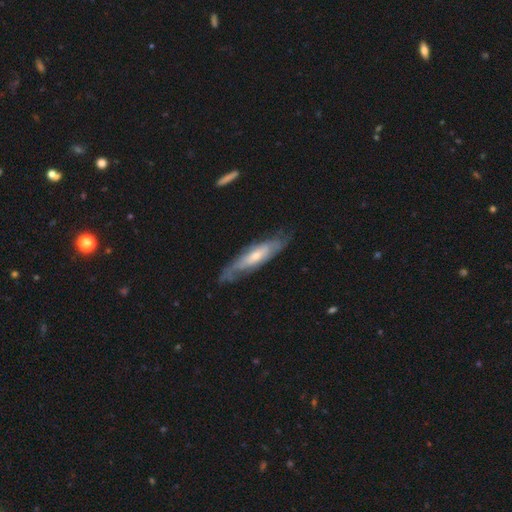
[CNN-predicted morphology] Smooth or featured? Predicted: featured or disk (p=0.65). Edge-on disk? Predicted: no (p=0.59). Merging? Predicted: none (p=0.67).